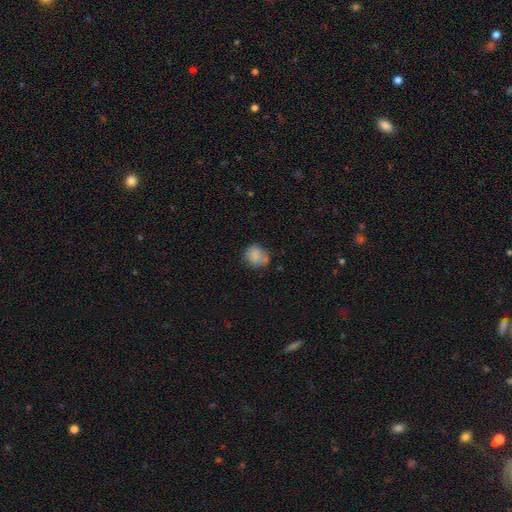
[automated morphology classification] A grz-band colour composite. It shows a smooth galaxy with no disk features (80%) that is round (66%). Merging: none (60%).